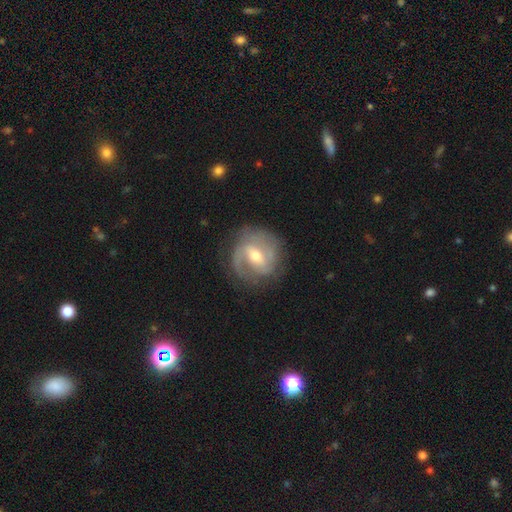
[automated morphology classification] featured or disk 83%, smooth 12%, star or artifact 5%. Down the decision tree: edge-on disk — no (97%); bar — weak (53%); spiral arms — yes (93%); spiral arm count — 2 (65%); spiral winding — medium (44%); bulge size — moderate (64%); merging — none (75%).